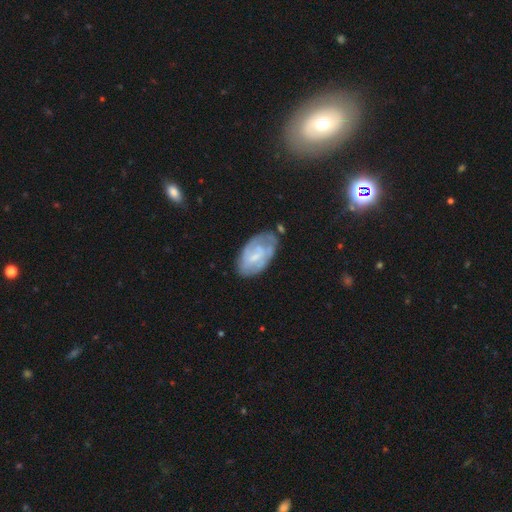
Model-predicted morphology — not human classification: This is likely a featured or disk galaxy (61%). It is clearly not viewed edge-on (95%). Bar: possibly weak (50%). Spiral arm pattern: likely yes (68%). Central bulge: possibly small (51%). Merging: possibly none (55%).